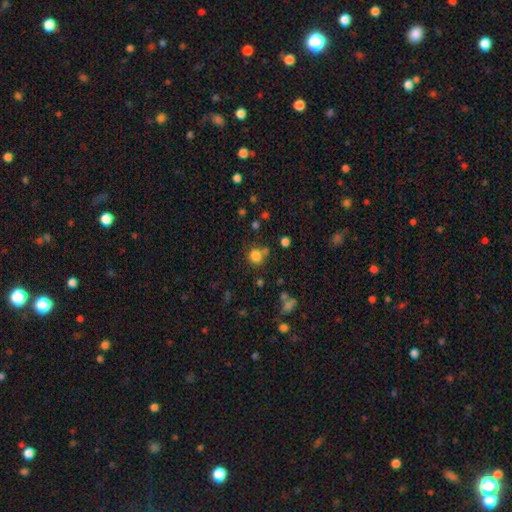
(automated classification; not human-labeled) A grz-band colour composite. It shows a smooth galaxy with no disk features (80%) that is round (82%). Merging: none (68%).